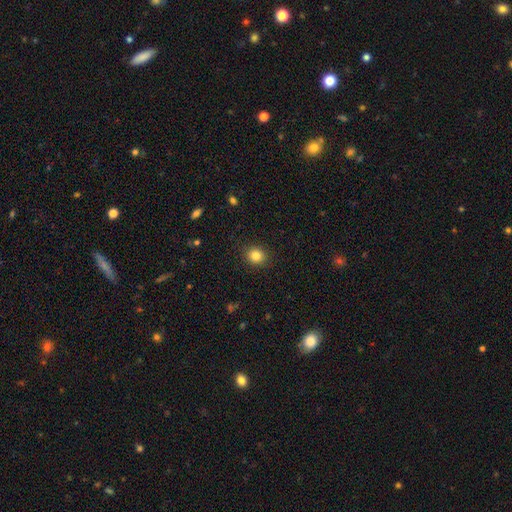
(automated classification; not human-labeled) Smooth or featured? smooth (84%)
How rounded? round (78%)
Merging? none (90%)